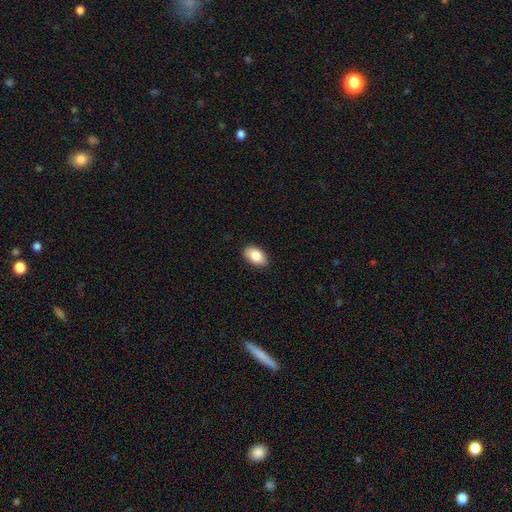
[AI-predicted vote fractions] Smooth or featured: smooth — 85% (featured or disk — 8%)
How rounded: in between — 92% (round — 7%)
Merging: none — 88% (minor disturbance — 9%)